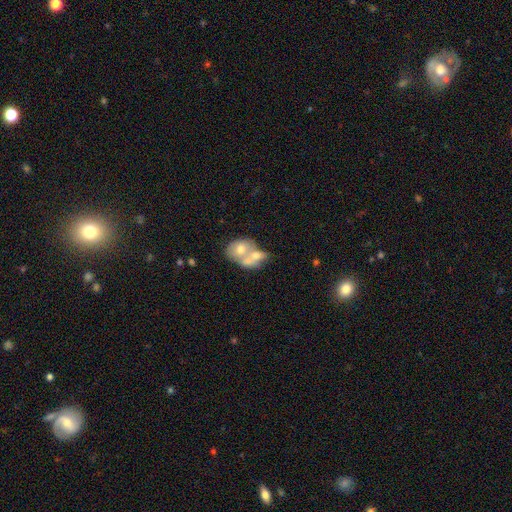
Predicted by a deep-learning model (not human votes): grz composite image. It shows a smooth galaxy with no disk features (54%) that is in between round and cigar-shaped (61%). Merging: merger (76%).